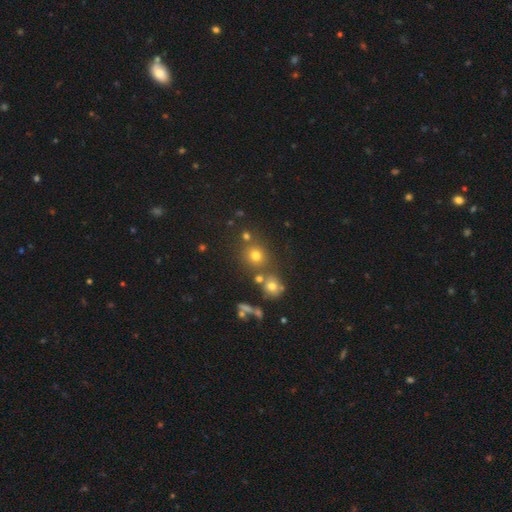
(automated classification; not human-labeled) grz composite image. It shows a smooth galaxy with no disk features (66%) that is round (87%). Merging: none (70%).